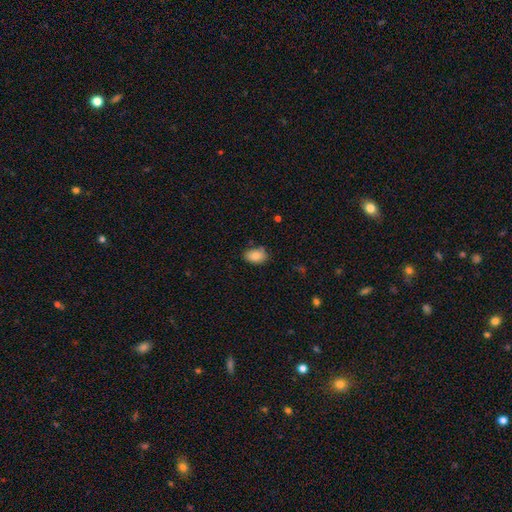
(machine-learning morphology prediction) The model was most divided on "merging": none: 76%, minor disturbance: 18%, major disturbance: 3%, merger: 2%. More confident: how rounded — in between (86%); smooth or featured — smooth (85%).